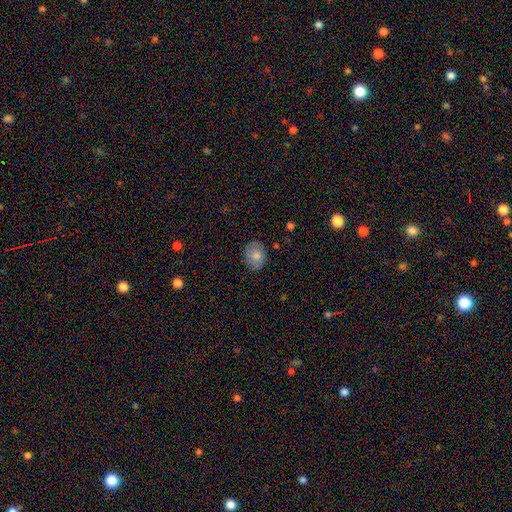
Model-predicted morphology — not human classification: A smooth galaxy with no disk features (73%) that is in between round and cigar-shaped (51%).

Vote fractions:
- Smooth or featured? smooth: 73% / featured or disk: 19% / star or artifact: 8%
- How rounded? in between: 51% / round: 48% / cigar-shaped: 1%
- Merging? none: 79% / minor disturbance: 17% / major disturbance: 3% / merger: 1%